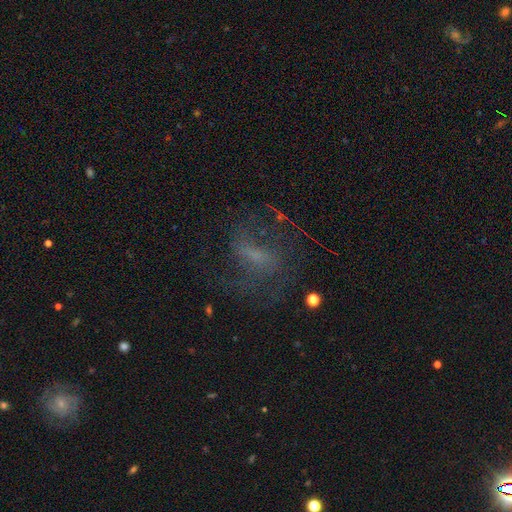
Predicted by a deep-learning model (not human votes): Smooth or featured? featured or disk (59%)
Edge-on disk? no (95%)
Bar? weak (45%)
Spiral arms? yes (72%)
Bulge size? small (40%)
Merging? none (57%)